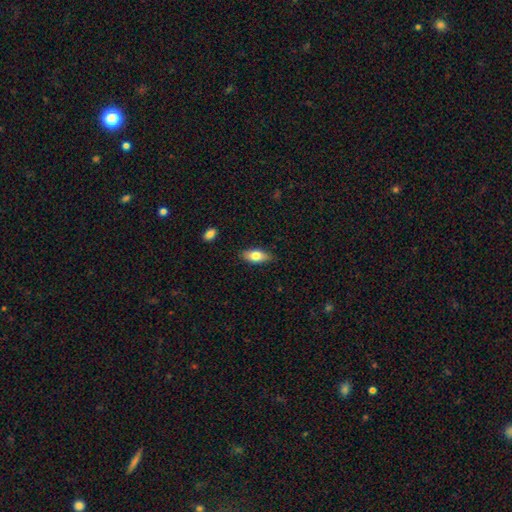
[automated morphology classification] The model was most divided on "smooth or featured": smooth: 76%, featured or disk: 17%, star or artifact: 7%. More confident: how rounded — in between (85%); merging — none (85%).